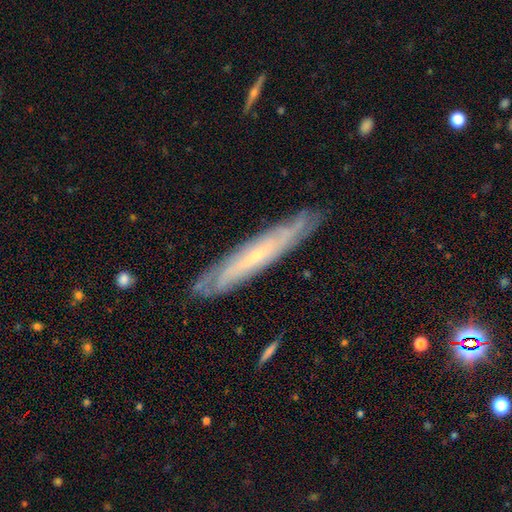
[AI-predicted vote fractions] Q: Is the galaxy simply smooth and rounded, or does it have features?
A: featured or disk — 75%.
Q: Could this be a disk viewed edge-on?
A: yes — 51%.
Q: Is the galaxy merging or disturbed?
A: none — 83%.